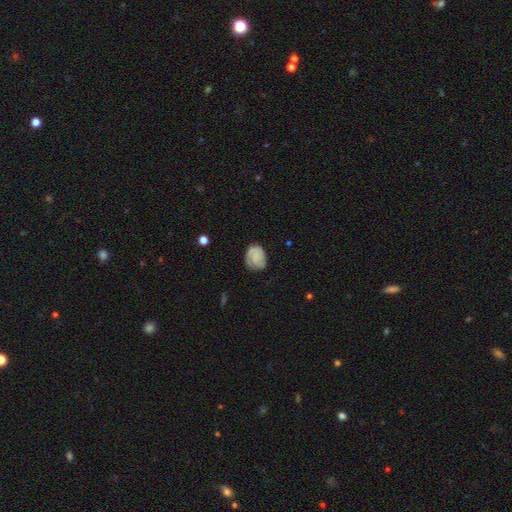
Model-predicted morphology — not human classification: Smooth or featured: smooth — 52% (featured or disk — 40%)
How rounded: in between — 51% (round — 48%)
Merging: none — 65% (minor disturbance — 24%)